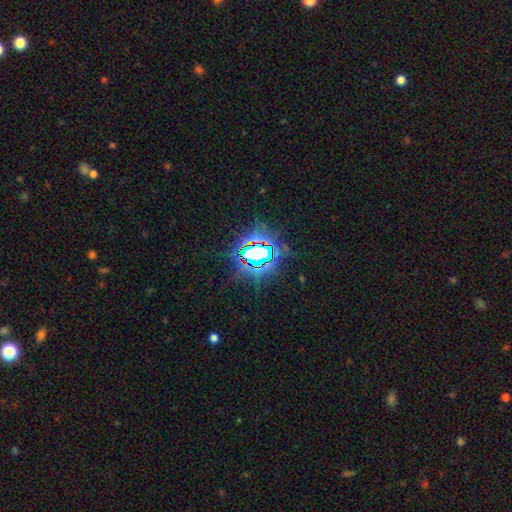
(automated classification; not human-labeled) A star or artifact, not a galaxy (83%).